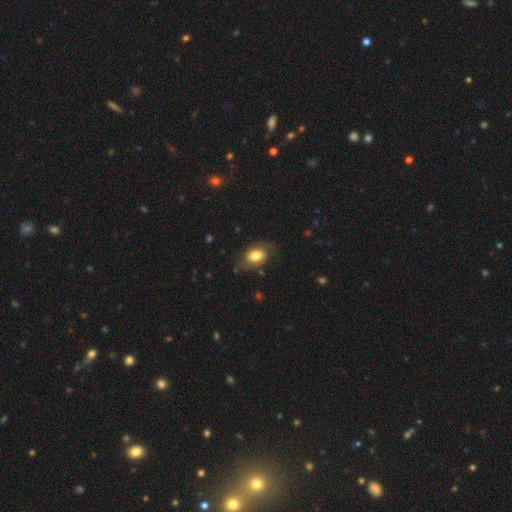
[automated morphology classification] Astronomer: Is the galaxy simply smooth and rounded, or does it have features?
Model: smooth — 70%.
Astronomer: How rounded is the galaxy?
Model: in between — 80%.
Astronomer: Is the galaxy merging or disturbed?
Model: none — 66%.